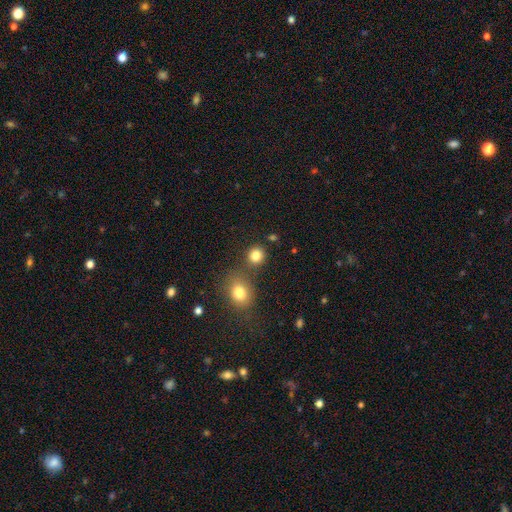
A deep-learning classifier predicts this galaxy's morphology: A smooth galaxy with no disk features (82%) that is round (86%). Merging: none (75%).